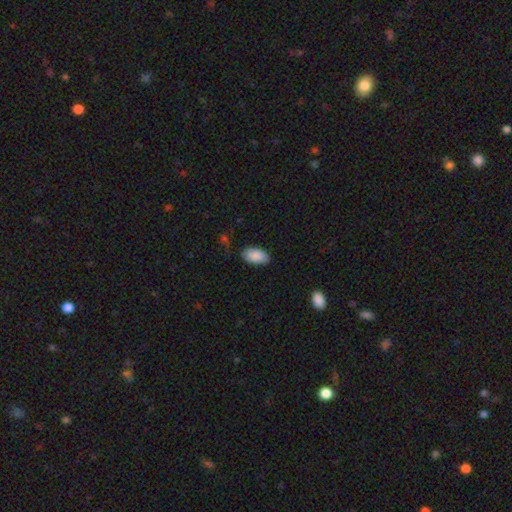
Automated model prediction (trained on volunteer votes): A smooth galaxy with no disk features (89%) that is in between round and cigar-shaped (95%).

Vote fractions:
- Smooth or featured? smooth: 89% / star or artifact: 6% / featured or disk: 5%
- How rounded? in between: 95% / round: 3% / cigar-shaped: 2%
- Merging? none: 82% / minor disturbance: 14% / major disturbance: 3% / merger: 1%